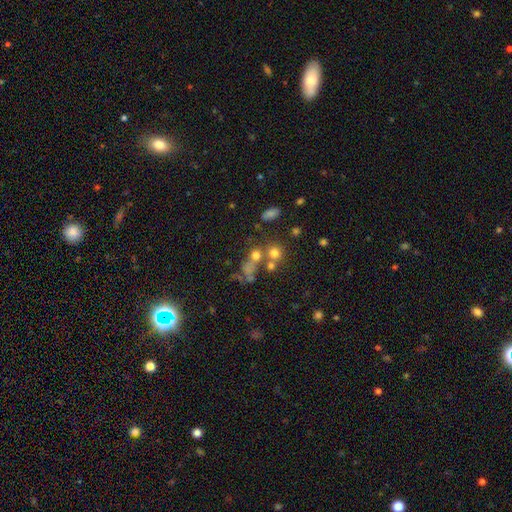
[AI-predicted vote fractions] This appears to be a smooth galaxy with no disk features (57%) that is round (73%). Merging: none (41%).